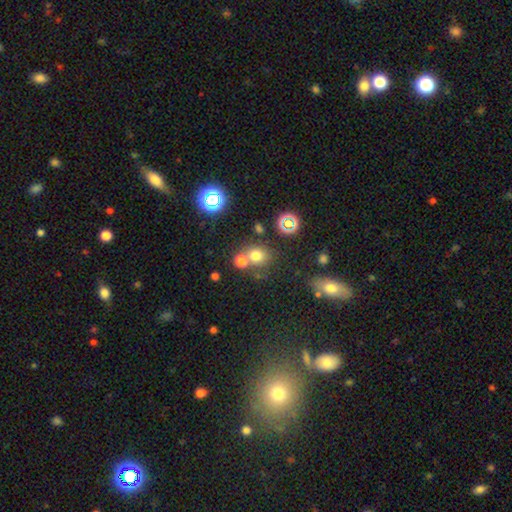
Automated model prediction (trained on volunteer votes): smooth_or_featured: smooth (p=0.69) [alt: star or artifact p=0.22]
how_rounded: round (p=0.75) [alt: in between p=0.24]
merging: none (p=0.57) [alt: merger p=0.27]